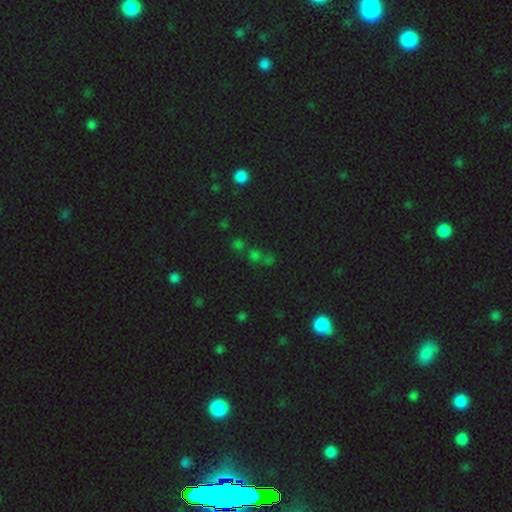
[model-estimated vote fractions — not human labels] Morphology: type=star or artifact (49%).